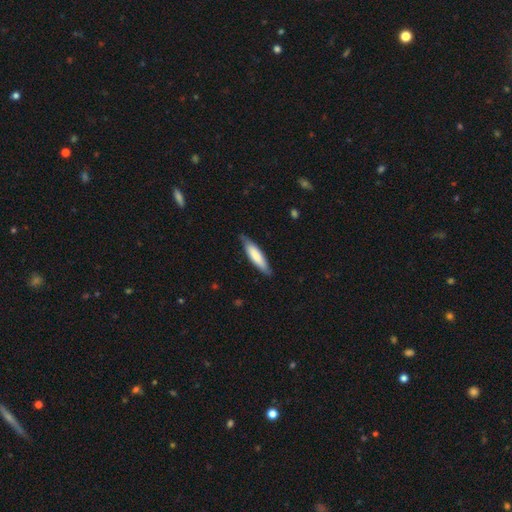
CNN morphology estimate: A smooth galaxy with no disk features (76%) that is cigar-shaped (73%). Merging: none (80%).